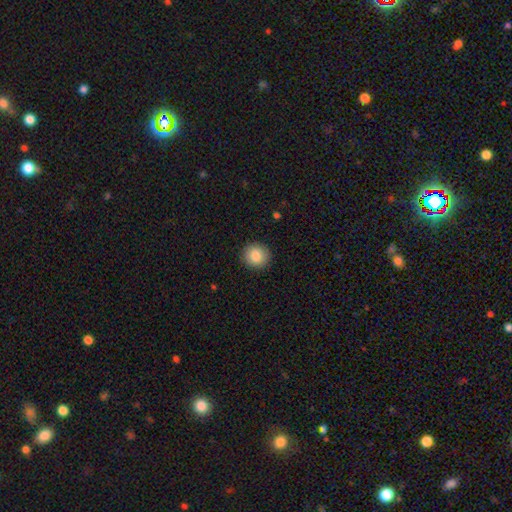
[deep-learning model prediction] Overall: smooth (84%). How rounded: round (90%). Merging: none (91%).